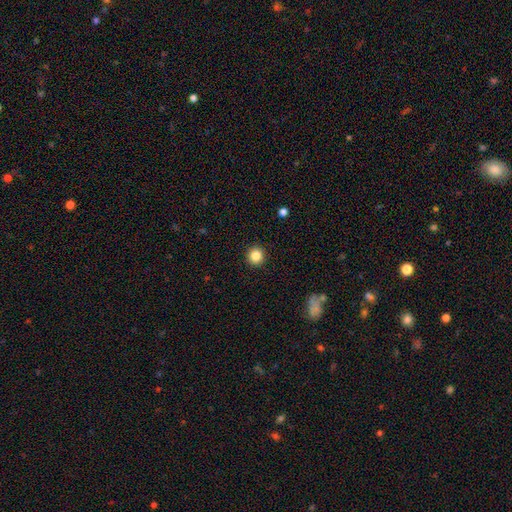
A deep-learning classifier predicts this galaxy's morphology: A smooth galaxy with no disk features (85%) that is round (95%). Merging: none (93%).